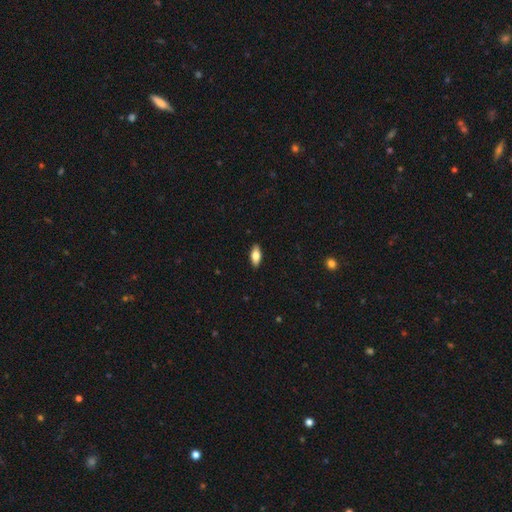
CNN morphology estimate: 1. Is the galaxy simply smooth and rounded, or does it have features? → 75% smooth, 19% featured or disk, 6% star or artifact.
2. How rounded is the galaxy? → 83% in between, 15% cigar-shaped, 2% round.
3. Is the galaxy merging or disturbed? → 89% none, 8% minor disturbance, 2% major disturbance, 1% merger.